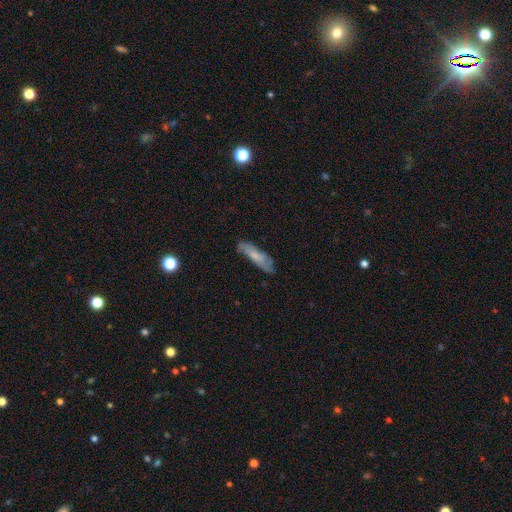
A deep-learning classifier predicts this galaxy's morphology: The model was most divided on "smooth or featured": smooth: 58%, featured or disk: 35%, star or artifact: 7%. More confident: merging — none (70%); how rounded — cigar-shaped (67%).